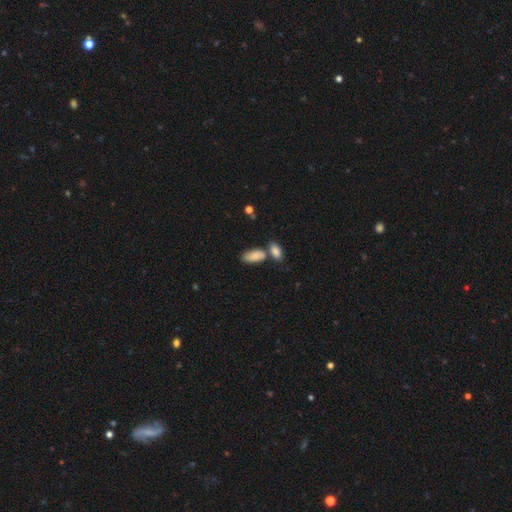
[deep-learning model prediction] This appears to be a smooth galaxy with no disk features (83%) that is in between round and cigar-shaped (91%). Merging: none (45%).